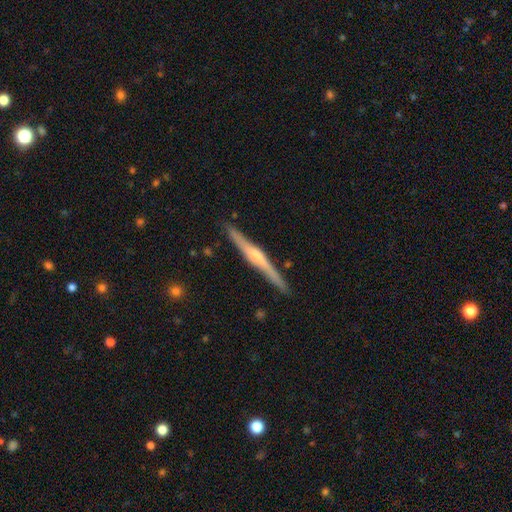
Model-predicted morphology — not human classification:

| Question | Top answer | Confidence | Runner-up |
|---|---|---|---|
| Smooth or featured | featured or disk | 74% | smooth (21%) |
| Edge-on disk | yes | 98% | no (2%) |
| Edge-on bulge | rounded | 75% | none (14%) |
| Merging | none | 88% | minor disturbance (9%) |